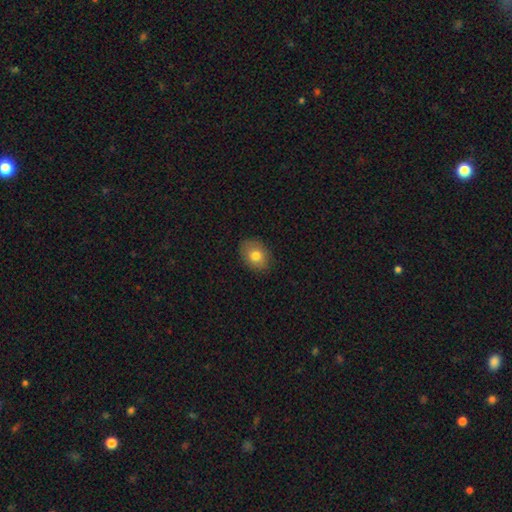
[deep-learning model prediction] A smooth galaxy with no disk features (78%) that is in between round and cigar-shaped (66%). Merging: none (86%).